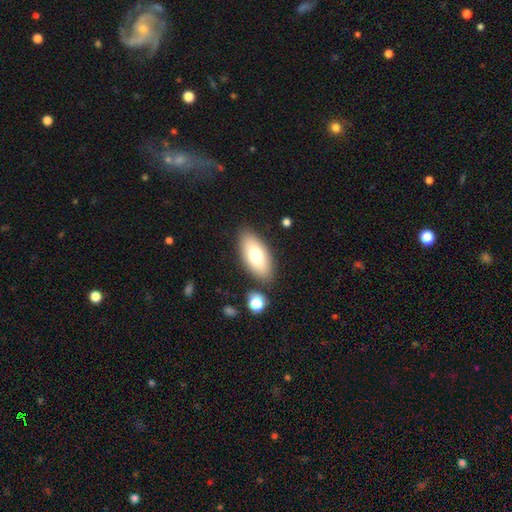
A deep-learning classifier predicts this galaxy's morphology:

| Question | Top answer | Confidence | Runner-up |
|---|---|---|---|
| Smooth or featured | smooth | 72% | featured or disk (21%) |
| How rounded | in between | 90% | cigar-shaped (7%) |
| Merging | none | 84% | minor disturbance (10%) |